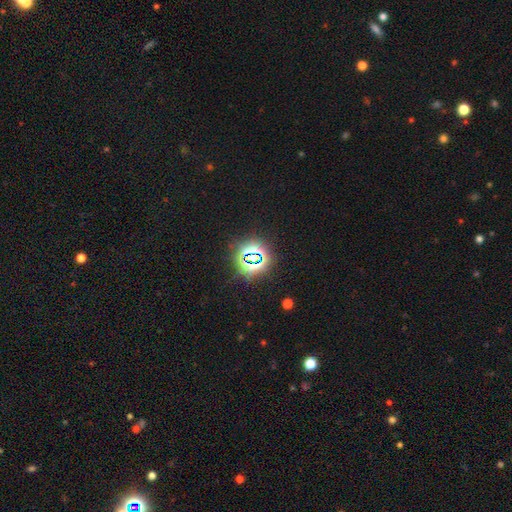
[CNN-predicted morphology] star or artifact 78%, smooth 14%, featured or disk 8%.